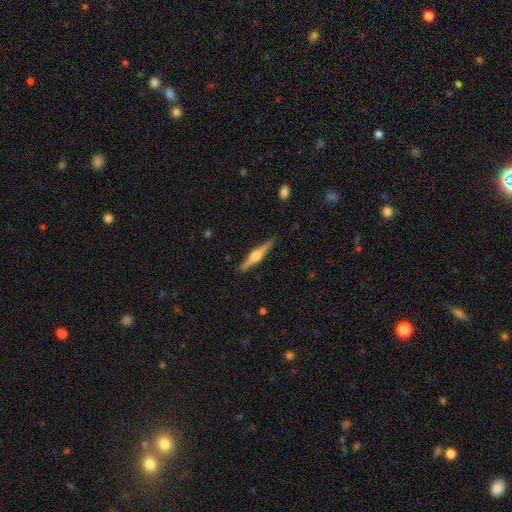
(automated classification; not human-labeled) smooth-or-featured: featured or disk: 77% | smooth: 18% | star or artifact: 5%
  disk-edge-on: yes: 98% | no: 2%
    edge-on-bulge: rounded: 92% | boxy: 6% | none: 2%
  merging: none: 90% | minor disturbance: 7% | major disturbance: 2% | merger: 1%